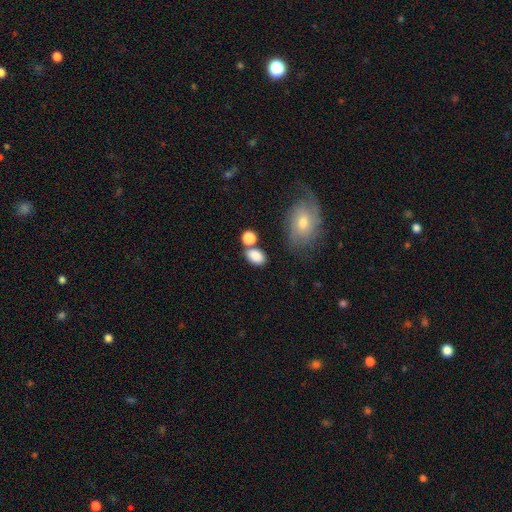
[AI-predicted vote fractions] smooth 84%, star or artifact 9%, featured or disk 7%. Down the decision tree: how rounded — in between (82%); merging — none (58%).